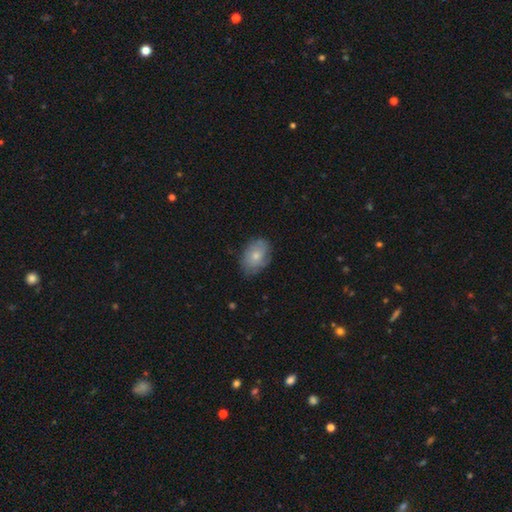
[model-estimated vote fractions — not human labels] Smooth or featured?
  - smooth: 70% *
  - featured or disk: 23%
  - star or artifact: 7%
How rounded?
  - in between: 84% *
  - round: 15%
  - cigar-shaped: 1%
Merging?
  - none: 70% *
  - minor disturbance: 23%
  - major disturbance: 5%
  - merger: 1%